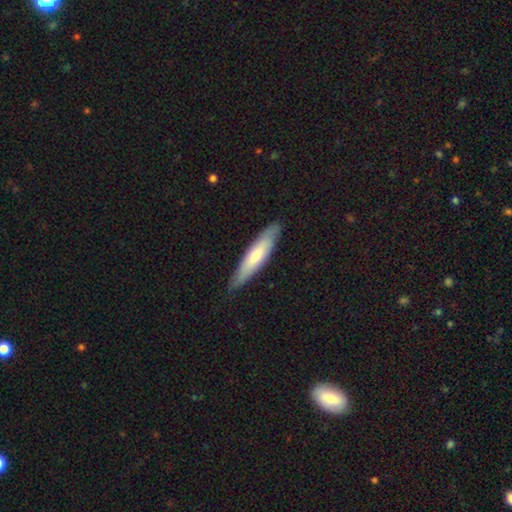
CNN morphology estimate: Overall: smooth (53%; featured or disk 40%). How rounded: cigar-shaped (84%). Merging: none (85%).